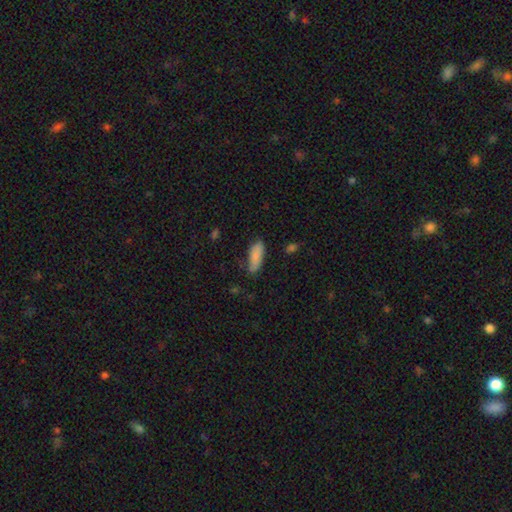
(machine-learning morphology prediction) Smooth or featured?
  - smooth: 86% *
  - featured or disk: 7%
  - star or artifact: 7%
How rounded?
  - in between: 71% *
  - cigar-shaped: 27%
  - round: 2%
Merging?
  - none: 72% *
  - minor disturbance: 21%
  - major disturbance: 5%
  - merger: 2%